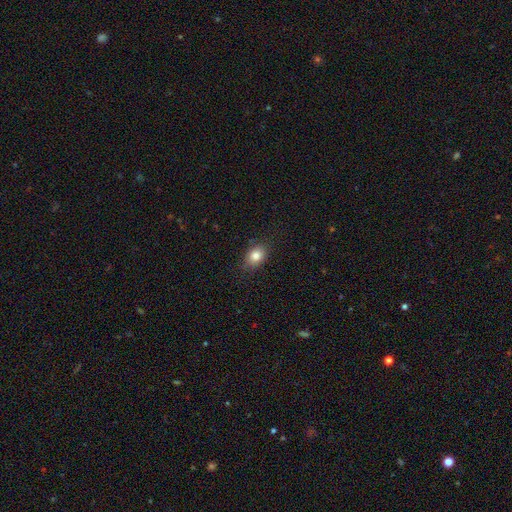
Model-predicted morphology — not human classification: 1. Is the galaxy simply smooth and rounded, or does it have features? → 83% smooth, 9% star or artifact, 8% featured or disk.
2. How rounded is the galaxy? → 70% in between, 29% round, 1% cigar-shaped.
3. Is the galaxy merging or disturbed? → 81% none, 15% minor disturbance, 3% major disturbance, 1% merger.